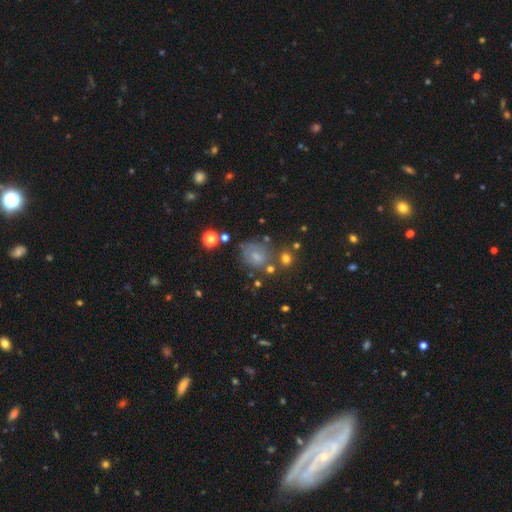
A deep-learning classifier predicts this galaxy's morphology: Q: Smooth or featured?
A: smooth (62%); runner-up: featured or disk (21%)
Q: How rounded?
A: round (61%); runner-up: in between (37%)
Q: Merging?
A: none (55%); runner-up: minor disturbance (23%)